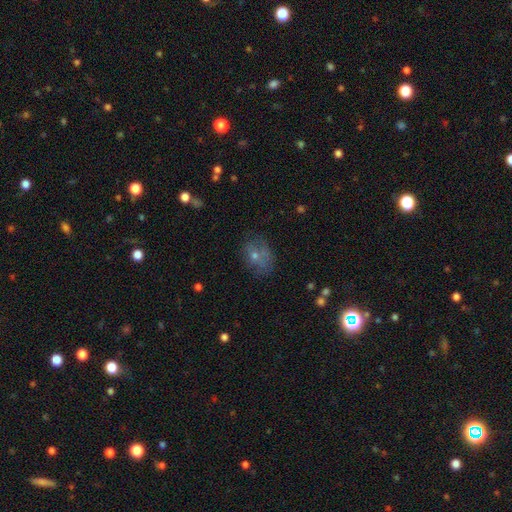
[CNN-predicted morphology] This is possibly a smooth galaxy (49%). Merging: likely none (64%).